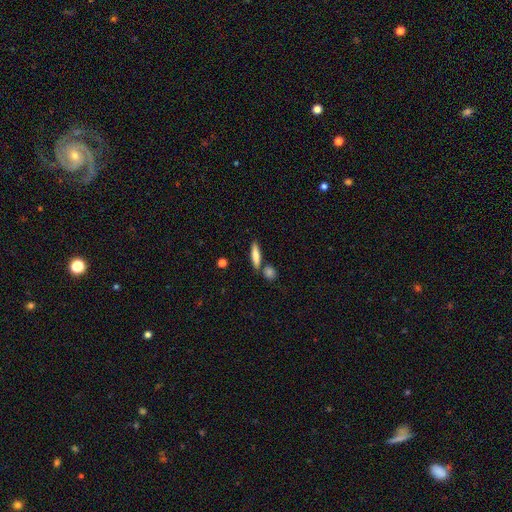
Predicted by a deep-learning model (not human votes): Smooth or featured: smooth — 76% (featured or disk — 18%)
How rounded: cigar-shaped — 77% (in between — 21%)
Merging: none — 75% (merger — 12%)